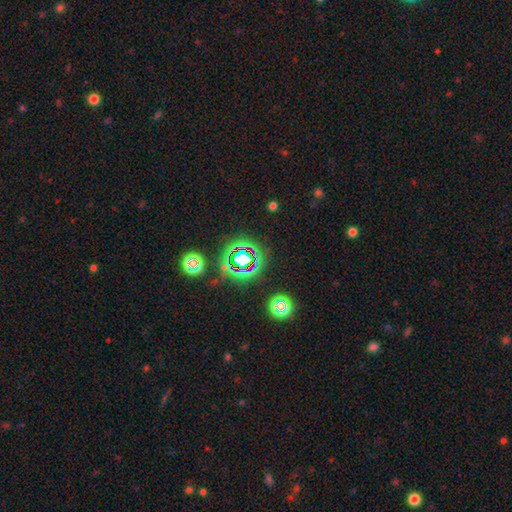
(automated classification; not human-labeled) This appears to be a star or artifact, not a galaxy (58%).